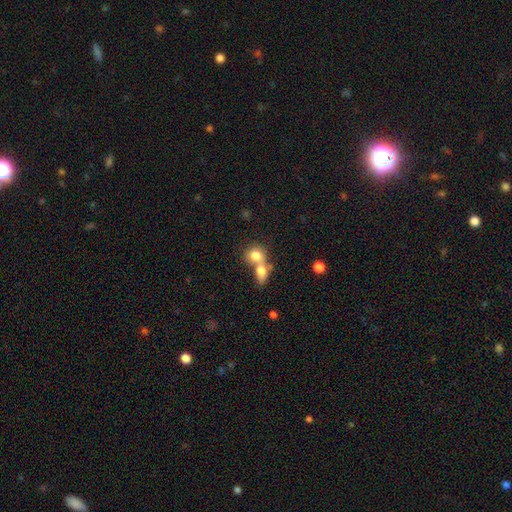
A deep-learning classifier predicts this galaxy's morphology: A smooth galaxy with no disk features (77%) that is round (65%). Merging: merger (64%).